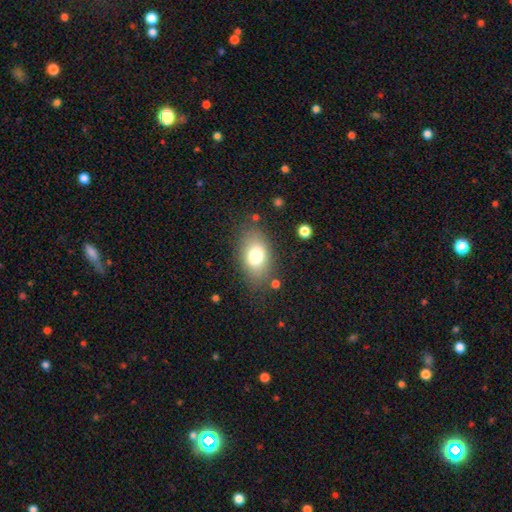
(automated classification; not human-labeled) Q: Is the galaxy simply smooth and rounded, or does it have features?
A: smooth — 76%.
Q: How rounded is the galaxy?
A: in between — 85%.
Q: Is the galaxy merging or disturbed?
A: none — 78%.